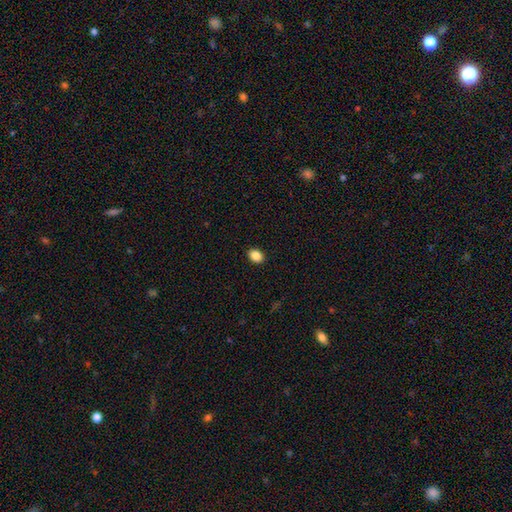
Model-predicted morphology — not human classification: Overall: smooth (87%). How rounded: in between (70%). Merging: none (91%).